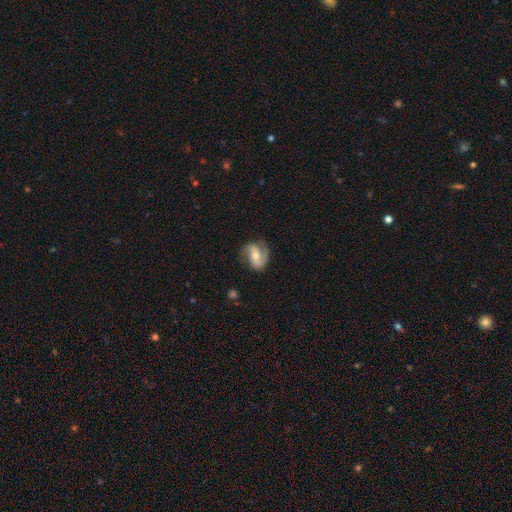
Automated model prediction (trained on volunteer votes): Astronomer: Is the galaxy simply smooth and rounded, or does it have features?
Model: featured or disk — 75%.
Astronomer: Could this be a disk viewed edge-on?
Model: no — 97%.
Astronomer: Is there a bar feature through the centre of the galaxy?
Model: no — 36%, tied with weak at 36%.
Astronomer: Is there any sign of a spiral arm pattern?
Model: yes — 92%.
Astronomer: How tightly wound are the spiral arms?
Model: medium — 42% (runner-up: loose, 38%).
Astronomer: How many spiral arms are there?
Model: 2 — 84%.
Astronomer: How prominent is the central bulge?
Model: moderate — 58% (runner-up: small, 36%).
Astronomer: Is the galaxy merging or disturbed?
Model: none — 70%.